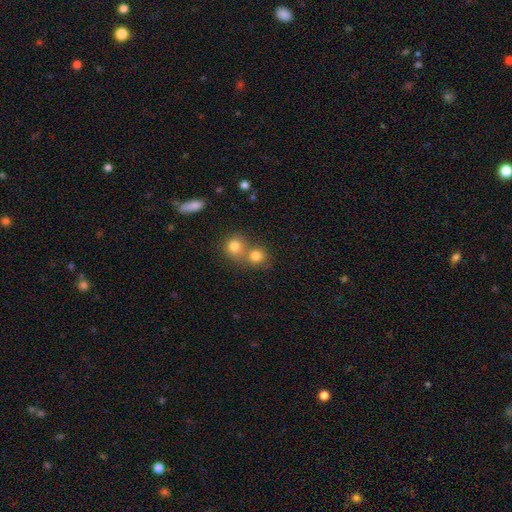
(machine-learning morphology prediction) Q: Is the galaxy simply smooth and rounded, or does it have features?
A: smooth — 79%.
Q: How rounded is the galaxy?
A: round — 83%.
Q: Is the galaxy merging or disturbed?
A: none — 46%.